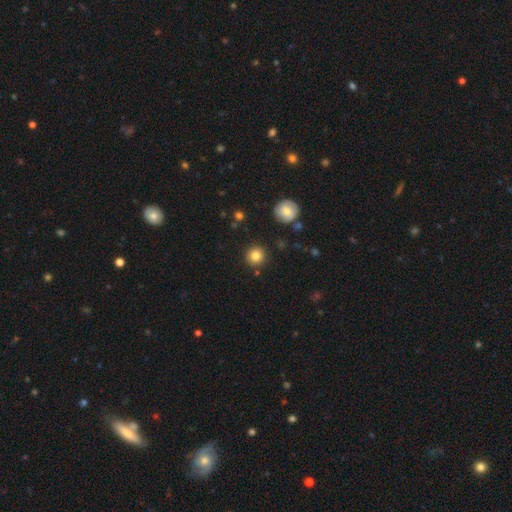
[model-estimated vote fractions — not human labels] Smooth or featured?
  - smooth: 82% *
  - star or artifact: 11%
  - featured or disk: 7%
How rounded?
  - round: 95% *
  - in between: 4%
  - cigar-shaped: 1%
Merging?
  - none: 89% *
  - minor disturbance: 6%
  - merger: 2%
  - major disturbance: 2%